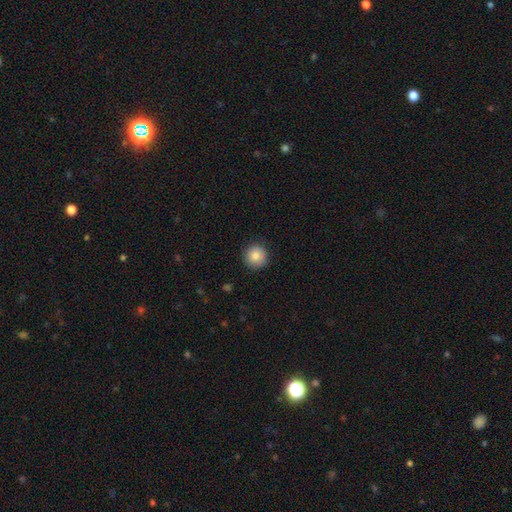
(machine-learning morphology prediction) Smooth or featured? smooth (83%)
How rounded? round (94%)
Merging? none (87%)